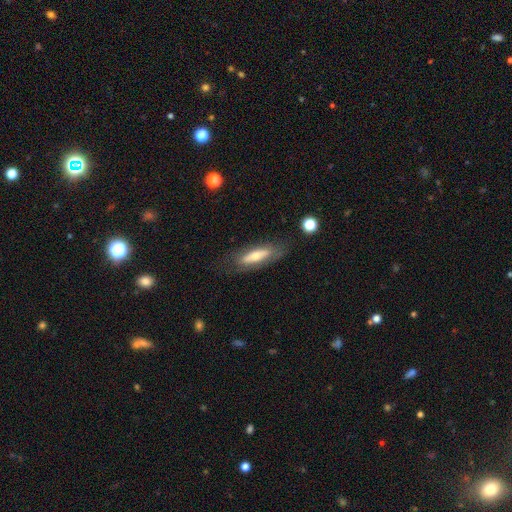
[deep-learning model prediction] smooth-or-featured: featured or disk: 50% | smooth: 43% | star or artifact: 7%
  merging: none: 73% | minor disturbance: 17% | major disturbance: 8% | merger: 2%